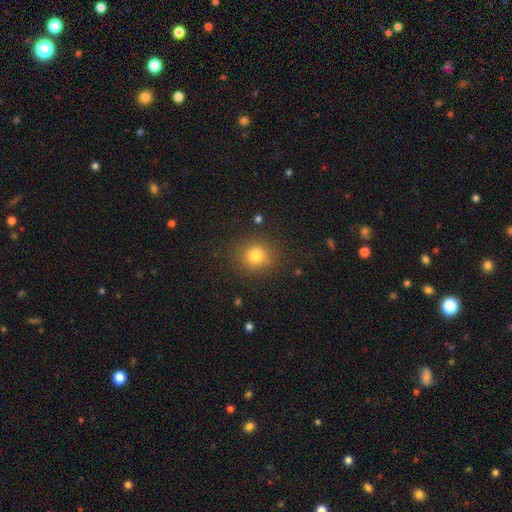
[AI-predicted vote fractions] Morphology: type=smooth (80%); roundness=round (82%); merging=none (85%).